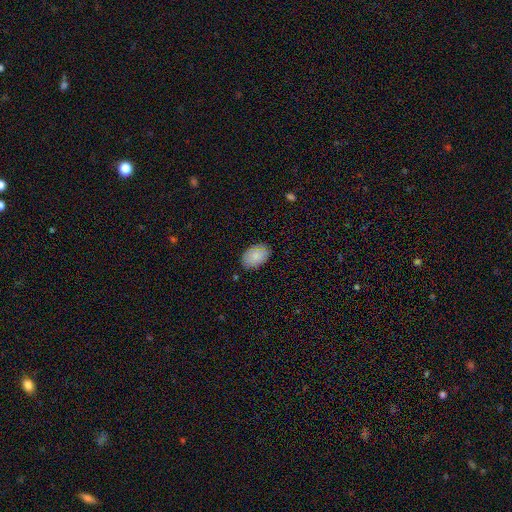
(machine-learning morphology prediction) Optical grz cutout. It shows a smooth galaxy with no disk features (84%) that is in between round and cigar-shaped (89%). Merging: none (82%).